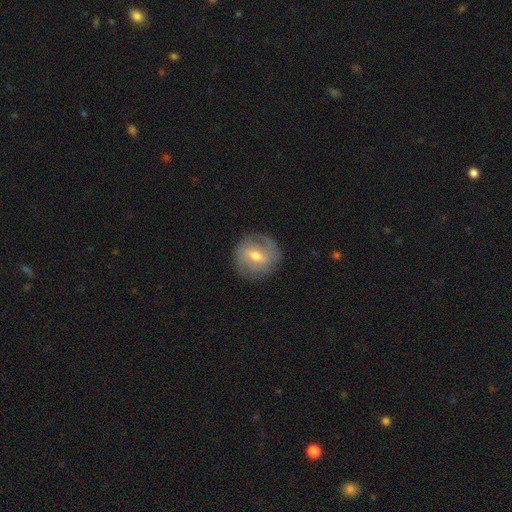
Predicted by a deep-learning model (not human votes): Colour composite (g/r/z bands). It shows a featured or disk galaxy (59%) with a weak bar (53%), spiral arms (68%) and a moderate central bulge (67%). Merging: none (80%).